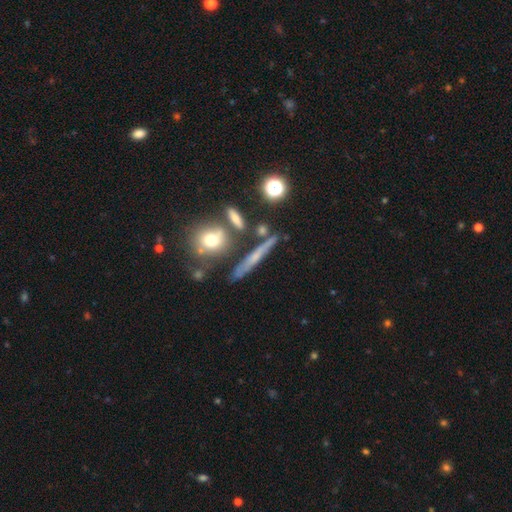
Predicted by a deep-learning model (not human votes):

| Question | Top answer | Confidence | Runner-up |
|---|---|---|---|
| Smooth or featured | featured or disk | 49% | smooth (35%) |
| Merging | none | 74% | minor disturbance (12%) |